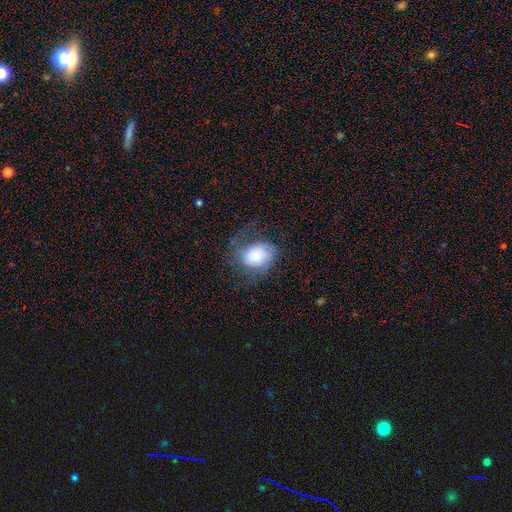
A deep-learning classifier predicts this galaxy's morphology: A smooth galaxy with no disk features (60%) that is in between round and cigar-shaped (58%). Merging: none (37%).